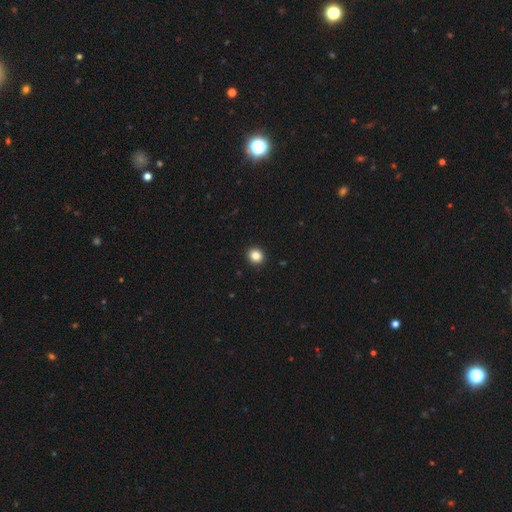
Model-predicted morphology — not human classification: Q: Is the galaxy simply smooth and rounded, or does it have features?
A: smooth — 85%.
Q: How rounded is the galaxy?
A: round — 87%.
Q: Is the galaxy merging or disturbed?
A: none — 93%.